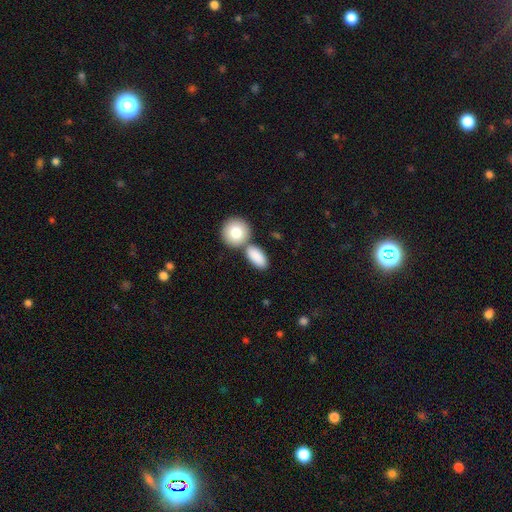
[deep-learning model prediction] smooth-or-featured: smooth: 87% | featured or disk: 7% | star or artifact: 6%
  how-rounded: in between: 84% | round: 12% | cigar-shaped: 4%
  merging: none: 56% | merger: 29% | minor disturbance: 11% | major disturbance: 4%